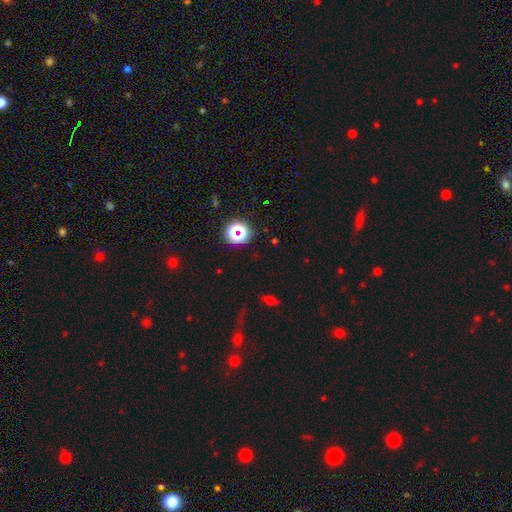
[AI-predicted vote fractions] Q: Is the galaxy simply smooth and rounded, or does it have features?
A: star or artifact — 59%.